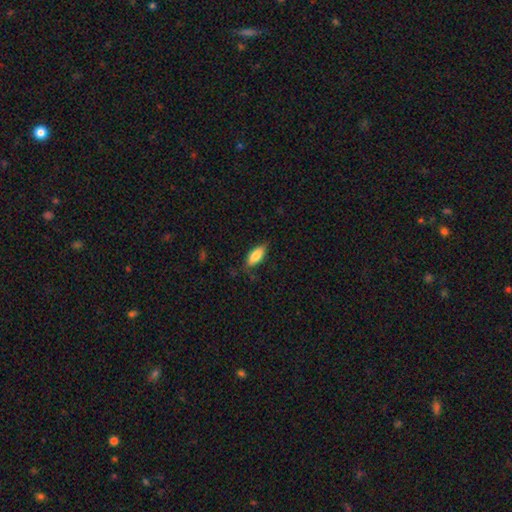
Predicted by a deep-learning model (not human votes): Overall: smooth (81%). How rounded: in between (80%). Merging: none (77%).